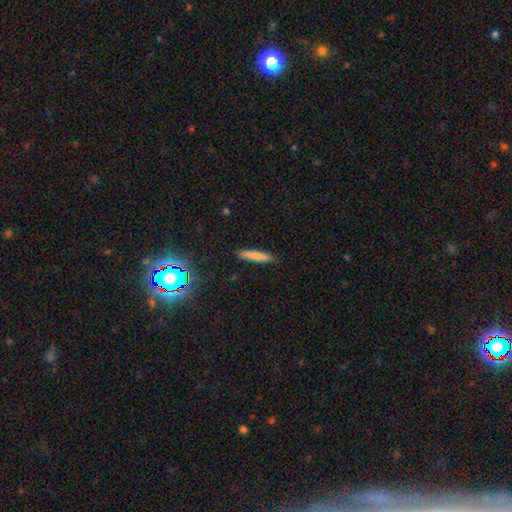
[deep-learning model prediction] A smooth galaxy with no disk features (79%) that is cigar-shaped (91%).

Vote fractions:
- Smooth or featured? smooth: 79% / featured or disk: 12% / star or artifact: 8%
- How rounded? cigar-shaped: 91% / in between: 8% / round: 1%
- Merging? none: 87% / minor disturbance: 10% / major disturbance: 2% / merger: 1%